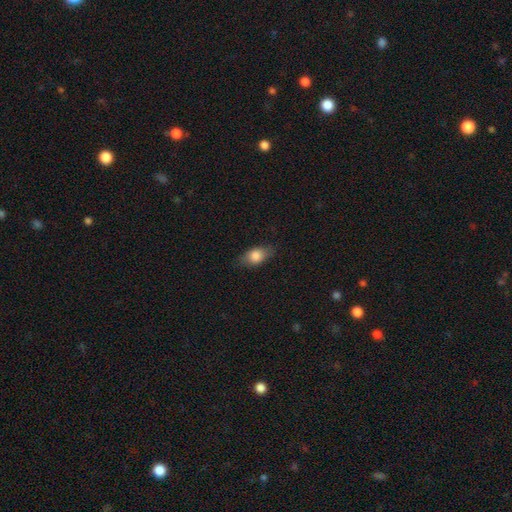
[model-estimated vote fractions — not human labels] smooth 79%, featured or disk 14%, star or artifact 8%. Down the decision tree: how rounded — in between (82%); merging — none (79%).